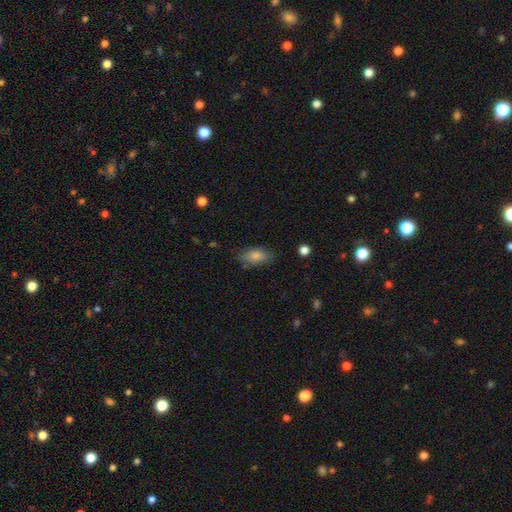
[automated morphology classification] smooth 80%, featured or disk 11%, star or artifact 9%. Down the decision tree: how rounded — in between (85%); merging — none (79%).